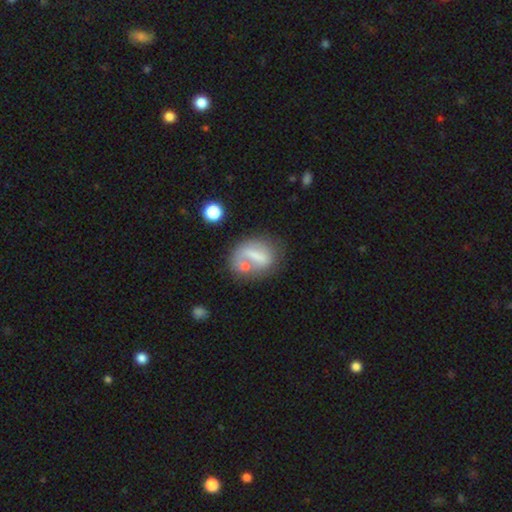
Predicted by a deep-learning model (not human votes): A smooth galaxy with no disk features (52%) that is in between round and cigar-shaped (56%). Merging: none (45%).